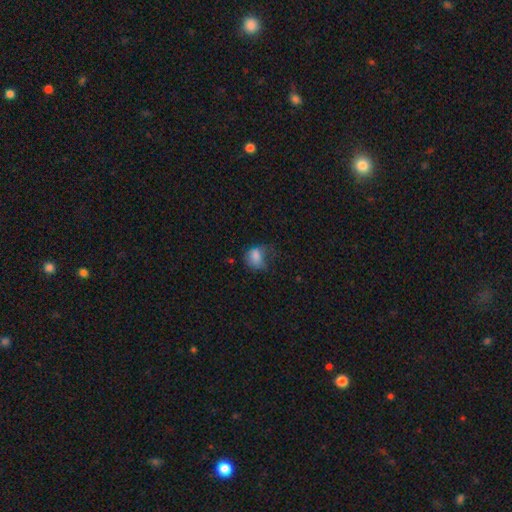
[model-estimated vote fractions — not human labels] A smooth galaxy with no disk features (77%) that is in between round and cigar-shaped (54%).

Vote fractions:
- Smooth or featured? smooth: 77% / featured or disk: 12% / star or artifact: 11%
- How rounded? in between: 54% / round: 44% / cigar-shaped: 1%
- Merging? none: 34% / major disturbance: 32% / minor disturbance: 32% / merger: 3%